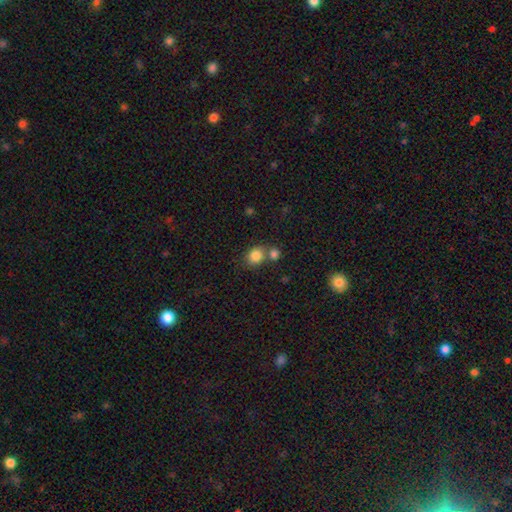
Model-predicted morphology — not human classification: type=smooth (83%); roundness=round (69%); merging=none (55%).